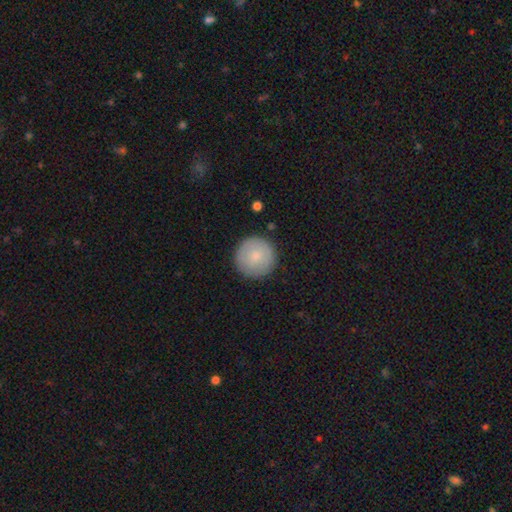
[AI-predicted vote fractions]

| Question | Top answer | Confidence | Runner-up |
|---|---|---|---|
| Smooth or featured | smooth | 77% | featured or disk (17%) |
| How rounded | round | 96% | in between (3%) |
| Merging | none | 89% | minor disturbance (8%) |